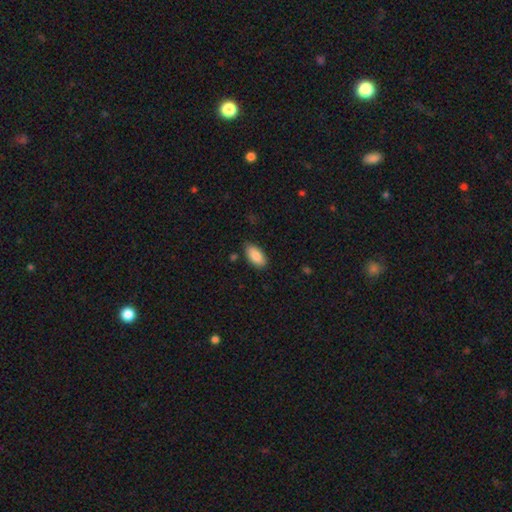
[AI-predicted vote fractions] smooth 86%, featured or disk 7%, star or artifact 7%. Down the decision tree: how rounded — in between (93%); merging — none (83%).